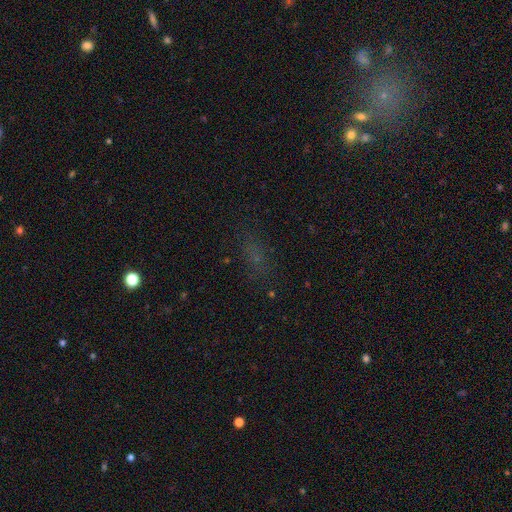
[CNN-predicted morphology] Smooth or featured? Predicted: smooth (p=0.45). Merging? Predicted: none (p=0.73).